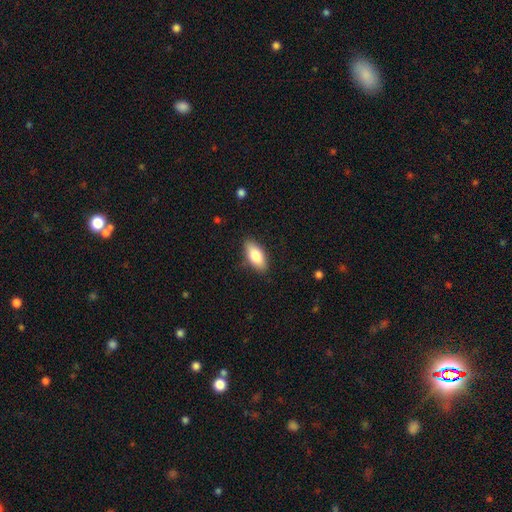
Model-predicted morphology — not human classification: Q: Smooth or featured?
A: smooth (78%); runner-up: featured or disk (15%)
Q: How rounded?
A: in between (85%); runner-up: cigar-shaped (12%)
Q: Merging?
A: none (85%); runner-up: minor disturbance (11%)